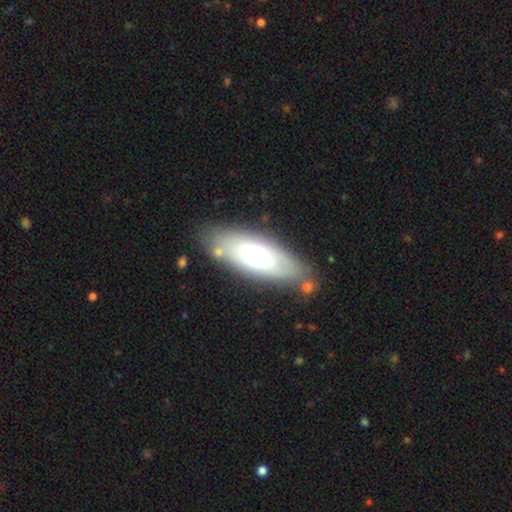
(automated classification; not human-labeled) A smooth galaxy with no disk features (60%) that is in between round and cigar-shaped (73%).

Vote fractions:
- Smooth or featured? smooth: 60% / featured or disk: 33% / star or artifact: 7%
- How rounded? in between: 73% / cigar-shaped: 24% / round: 3%
- Merging? none: 76% / minor disturbance: 13% / merger: 6% / major disturbance: 5%